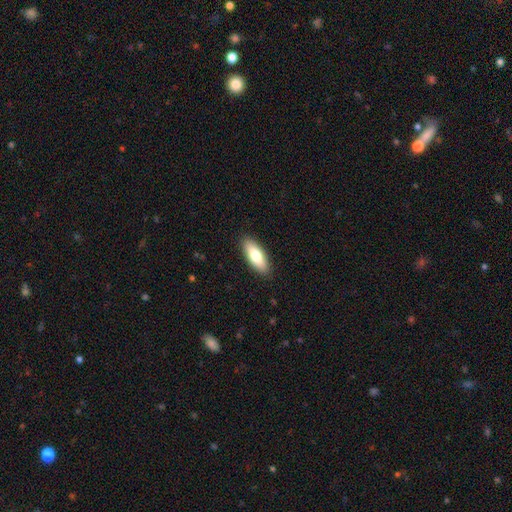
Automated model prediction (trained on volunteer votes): Smooth or featured? smooth (75%)
How rounded? in between (72%)
Merging? none (89%)